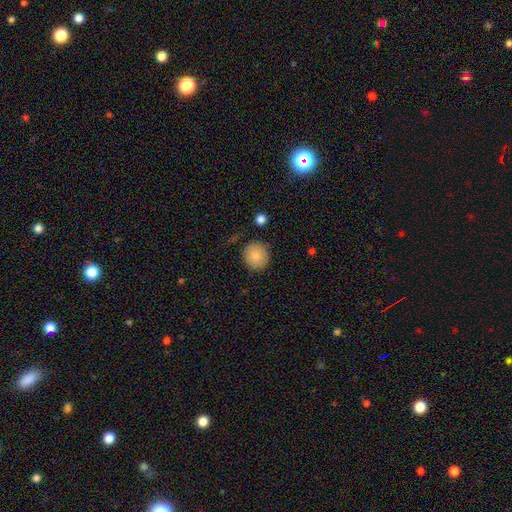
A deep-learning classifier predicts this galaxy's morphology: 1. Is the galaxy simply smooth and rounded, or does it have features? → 84% smooth, 8% star or artifact, 7% featured or disk.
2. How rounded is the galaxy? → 90% round, 9% in between, 1% cigar-shaped.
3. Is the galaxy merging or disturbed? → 85% none, 10% minor disturbance, 3% major disturbance, 2% merger.